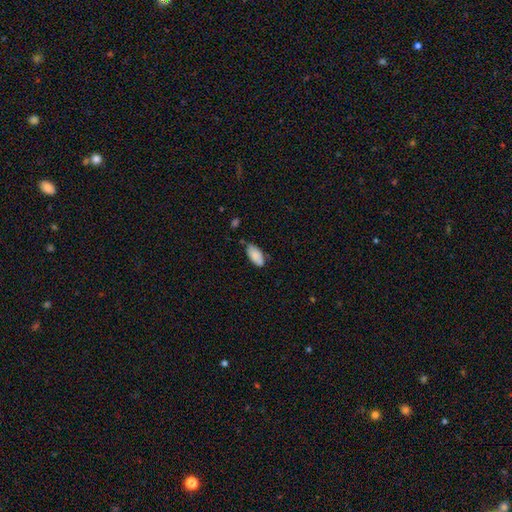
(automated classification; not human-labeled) smooth-or-featured: smooth: 86% | featured or disk: 7% | star or artifact: 7%
  how-rounded: in between: 92% | cigar-shaped: 6% | round: 2%
  merging: none: 63% | minor disturbance: 28% | major disturbance: 4% | merger: 4%